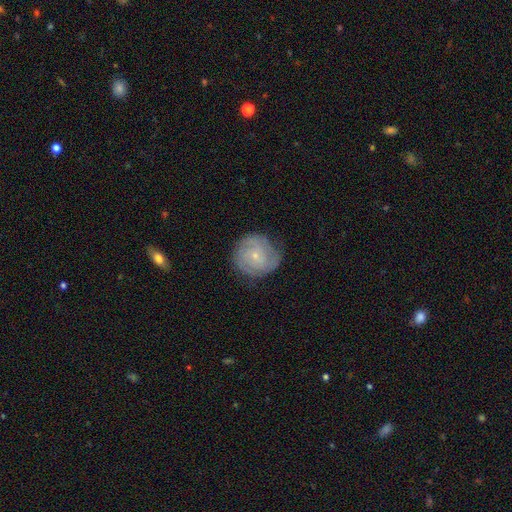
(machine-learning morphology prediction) A featured or disk galaxy (64%) with no bar (75%), tight (63%) spiral arms (87%) and a small central bulge (79%). Merging: none (73%).